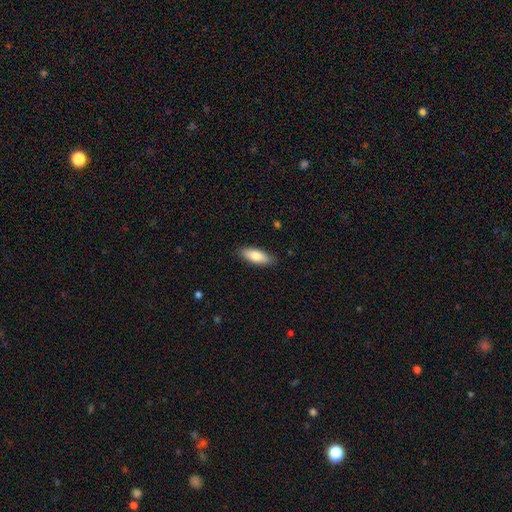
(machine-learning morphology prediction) Smooth or featured: smooth — 81% (featured or disk — 13%)
How rounded: in between — 70% (cigar-shaped — 28%)
Merging: none — 87% (minor disturbance — 10%)